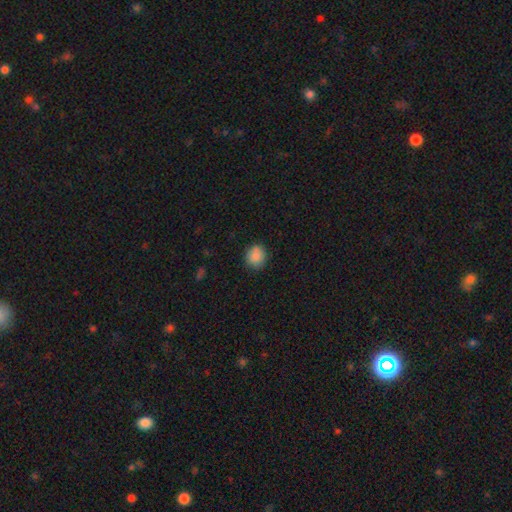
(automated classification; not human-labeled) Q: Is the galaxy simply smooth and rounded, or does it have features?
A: smooth — 86%.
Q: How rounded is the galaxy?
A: round — 81%.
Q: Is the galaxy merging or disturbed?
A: none — 84%.